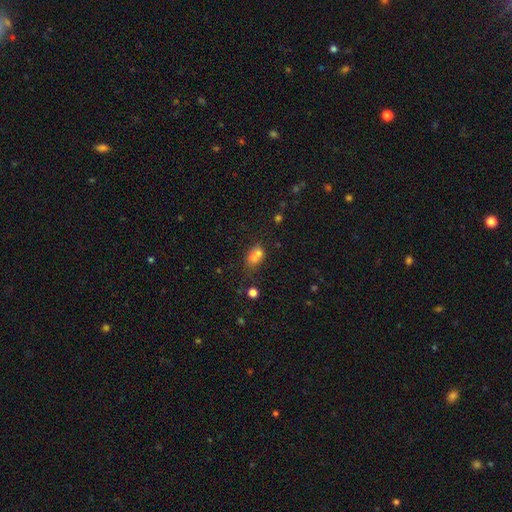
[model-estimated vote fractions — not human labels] Morphology: type=smooth (70%); roundness=in between (65%); merging=merger (52%).